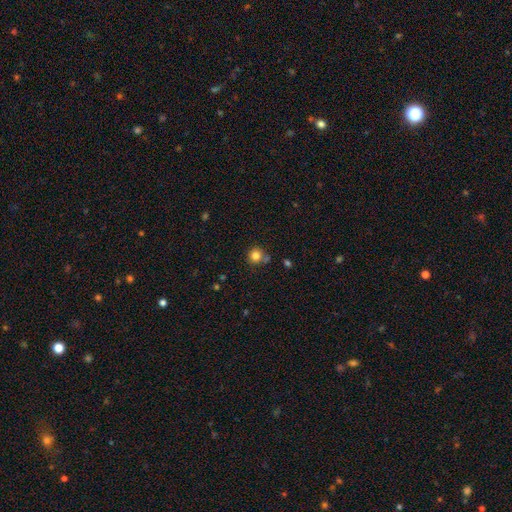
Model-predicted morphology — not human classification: Smooth or featured? Predicted: smooth (p=0.82). How rounded? Predicted: round (p=0.92). Merging? Predicted: none (p=0.71).